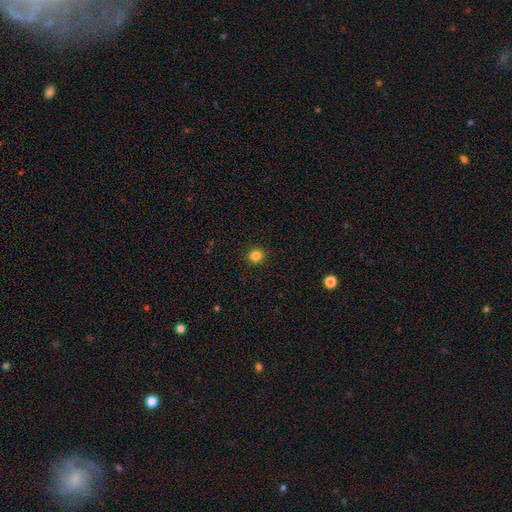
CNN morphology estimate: Smooth or featured? Predicted: smooth (p=0.83). How rounded? Predicted: round (p=0.93). Merging? Predicted: none (p=0.93).